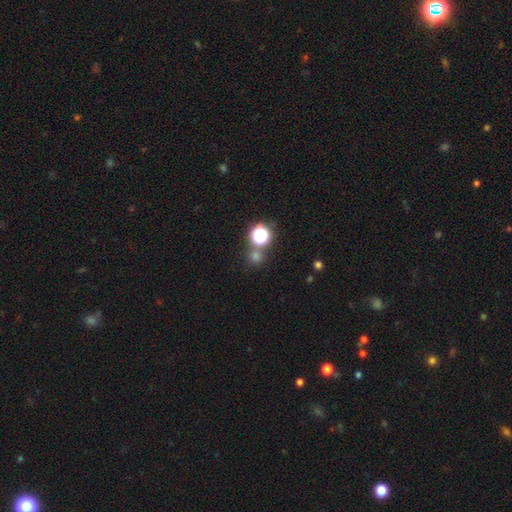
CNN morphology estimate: This is possibly a smooth galaxy (57%). How rounded: clearly round (90%). Merging: likely none (73%).